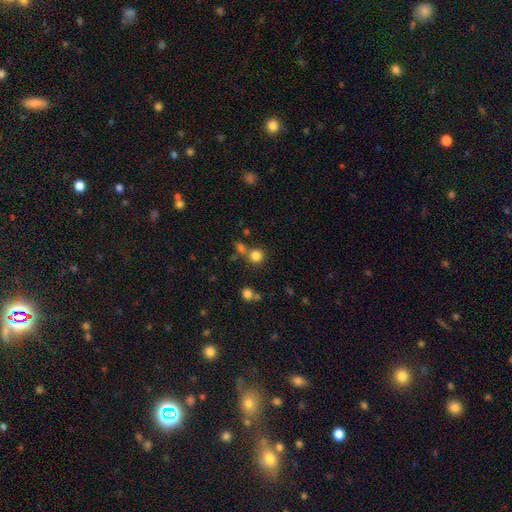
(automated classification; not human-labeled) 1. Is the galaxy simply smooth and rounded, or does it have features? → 81% smooth, 13% star or artifact, 6% featured or disk.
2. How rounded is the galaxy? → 91% round, 8% in between, 1% cigar-shaped.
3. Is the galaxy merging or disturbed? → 66% none, 21% merger, 9% minor disturbance, 4% major disturbance.